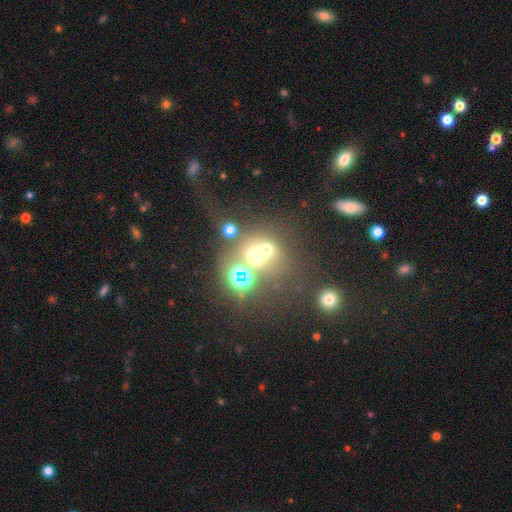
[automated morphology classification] This appears to be a smooth galaxy with no disk features (51%) that is round (75%). Merging: none (43%).